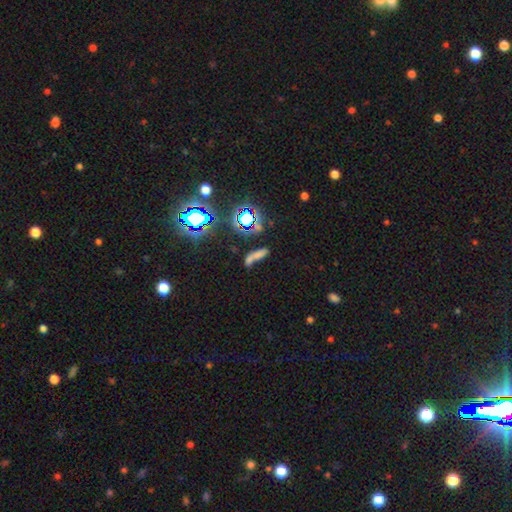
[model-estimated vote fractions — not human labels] Smooth or featured: smooth — 54% (star or artifact — 31%)
How rounded: cigar-shaped — 49% (in between — 42%)
Merging: merger — 42% (none — 35%)